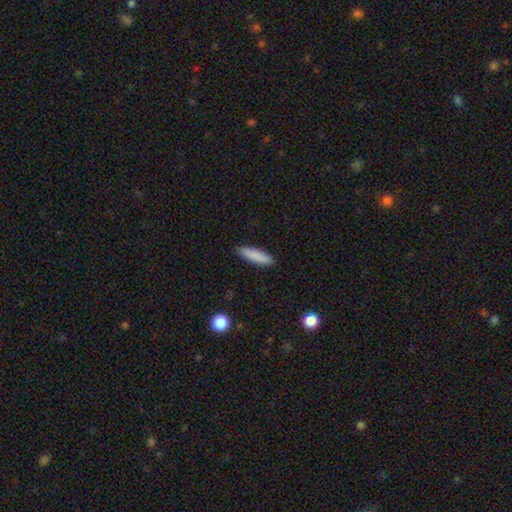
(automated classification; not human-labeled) smooth-or-featured: smooth: 87% | featured or disk: 7% | star or artifact: 6%
  how-rounded: cigar-shaped: 69% | in between: 30% | round: 2%
  merging: none: 89% | minor disturbance: 8% | major disturbance: 2% | merger: 1%